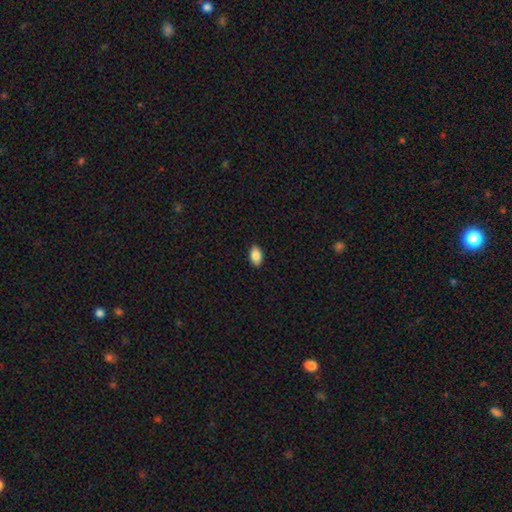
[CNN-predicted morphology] Q: Smooth or featured?
A: smooth (87%); runner-up: star or artifact (8%)
Q: How rounded?
A: in between (92%); runner-up: round (6%)
Q: Merging?
A: none (90%); runner-up: minor disturbance (8%)